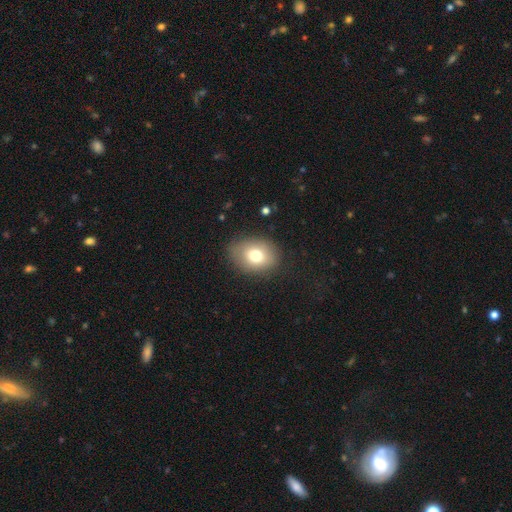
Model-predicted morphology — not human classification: Q: Smooth or featured?
A: smooth (75%); runner-up: featured or disk (14%)
Q: How rounded?
A: in between (62%); runner-up: round (37%)
Q: Merging?
A: none (81%); runner-up: minor disturbance (13%)